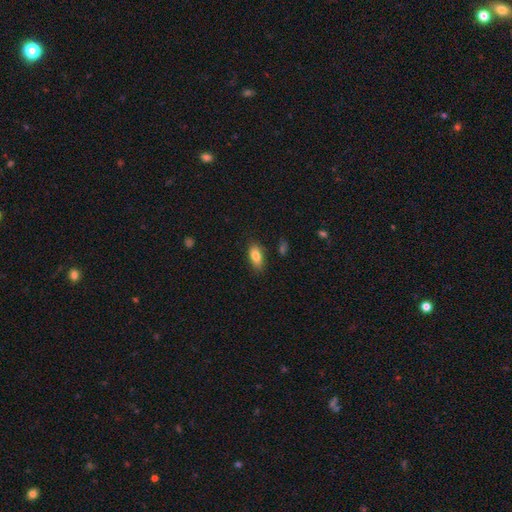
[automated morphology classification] smooth_or_featured: smooth (p=0.82) [alt: featured or disk p=0.11]
how_rounded: in between (p=0.89) [alt: cigar-shaped p=0.07]
merging: none (p=0.82) [alt: minor disturbance p=0.13]